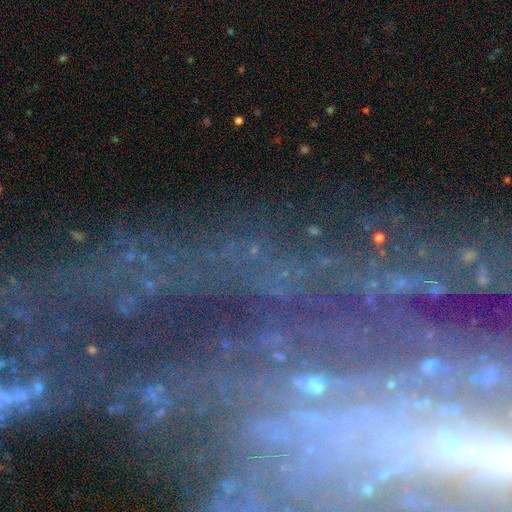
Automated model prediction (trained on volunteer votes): Smooth or featured? Predicted: featured or disk (p=0.54). Edge-on disk? Predicted: no (p=0.86). Merging? Predicted: none (p=0.68).